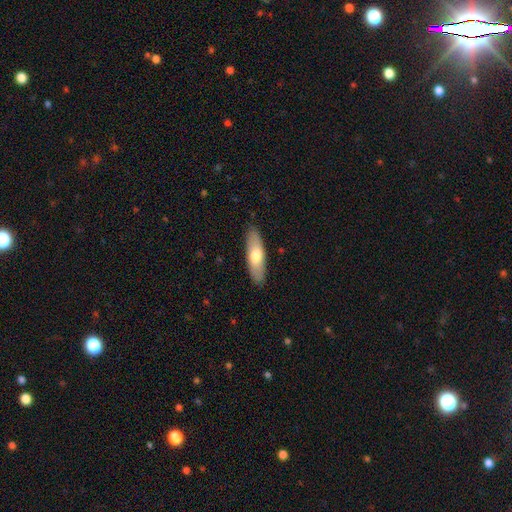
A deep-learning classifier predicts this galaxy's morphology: smooth-or-featured: smooth: 69% | featured or disk: 26% | star or artifact: 5%
  how-rounded: in between: 52% | cigar-shaped: 46% | round: 2%
  merging: none: 88% | minor disturbance: 9% | major disturbance: 2% | merger: 1%